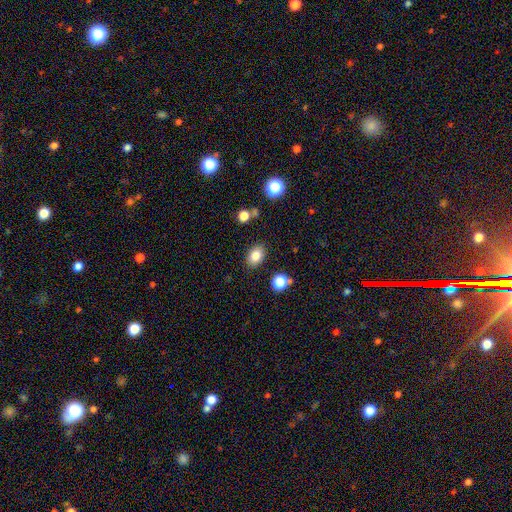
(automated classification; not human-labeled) smooth-or-featured: smooth: 83% | star or artifact: 10% | featured or disk: 7%
  how-rounded: in between: 80% | round: 19% | cigar-shaped: 1%
  merging: none: 84% | minor disturbance: 10% | major disturbance: 3% | merger: 3%